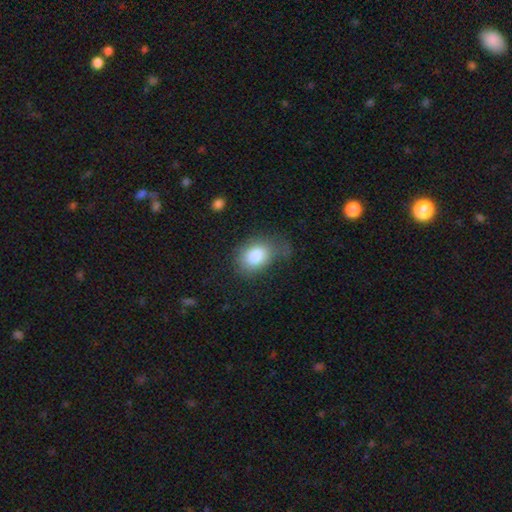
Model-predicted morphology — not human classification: smooth_or_featured: smooth (p=0.82) [alt: featured or disk p=0.10]
how_rounded: in between (p=0.70) [alt: round p=0.29]
merging: none (p=0.49) [alt: minor disturbance p=0.30]